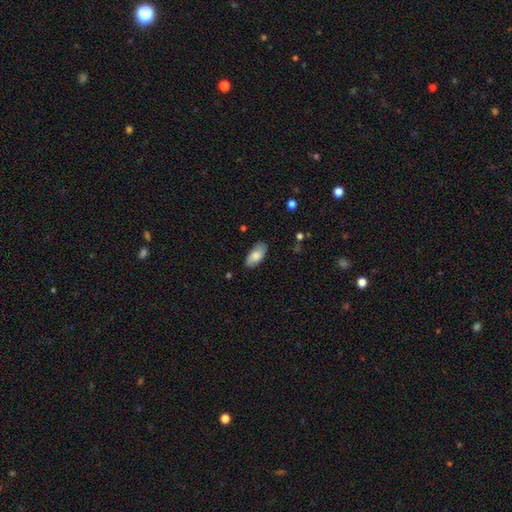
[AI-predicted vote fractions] Q: Smooth or featured?
A: smooth (80%); runner-up: featured or disk (14%)
Q: How rounded?
A: in between (91%); runner-up: cigar-shaped (7%)
Q: Merging?
A: none (80%); runner-up: minor disturbance (16%)